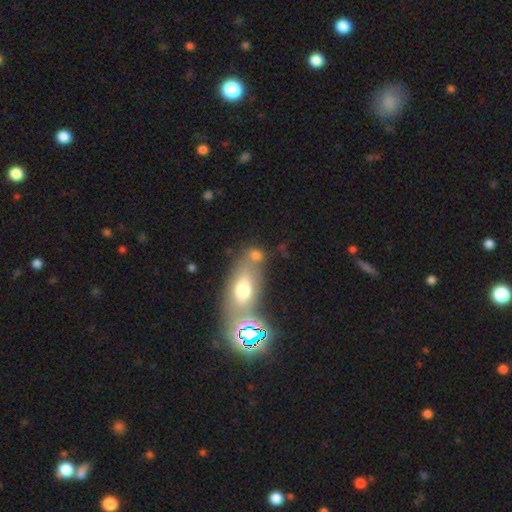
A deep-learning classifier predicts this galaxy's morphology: Smooth or featured: smooth — 64% (star or artifact — 19%)
How rounded: in between — 56% (round — 36%)
Merging: none — 49% (merger — 31%)